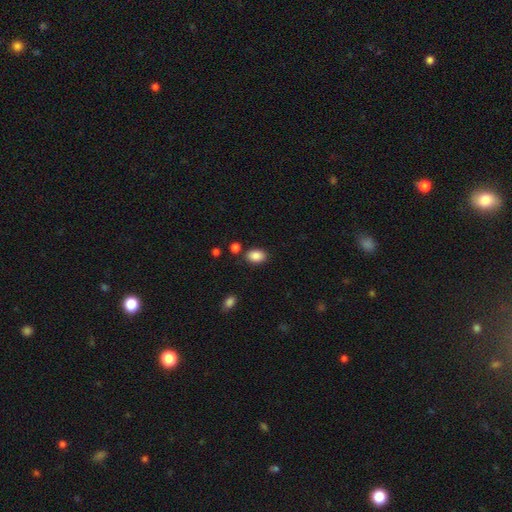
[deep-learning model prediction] Morphology: type=smooth (88%); roundness=in between (83%); merging=none (80%).